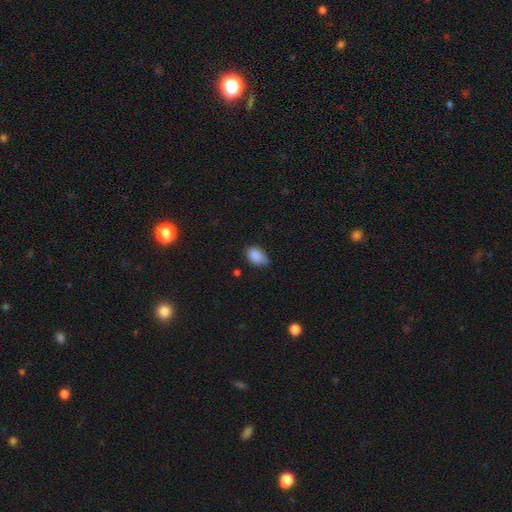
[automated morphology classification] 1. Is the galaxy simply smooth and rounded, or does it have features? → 86% smooth, 8% star or artifact, 6% featured or disk.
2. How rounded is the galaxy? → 87% in between, 11% round, 1% cigar-shaped.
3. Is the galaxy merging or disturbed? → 59% none, 35% minor disturbance, 5% major disturbance, 2% merger.